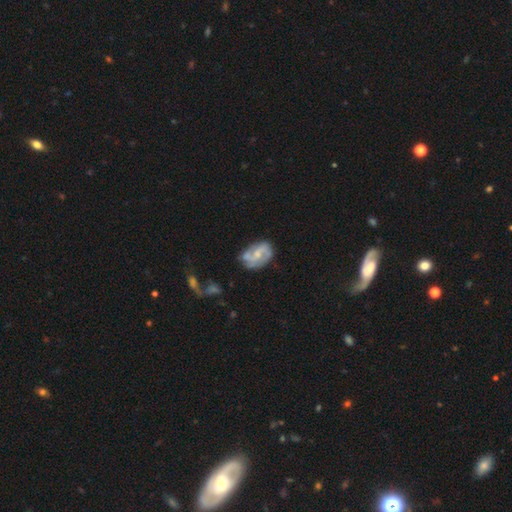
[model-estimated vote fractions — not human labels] The model was most divided on "bar": no: 49%, weak: 41%, strong: 10%. Remaining: edge-on disk — no (97%); spiral arms — yes (82%); smooth or featured — featured or disk (69%); spiral arm count — 2 (56%); merging — none (53%); bulge size — small (48%); spiral winding — medium (43%).